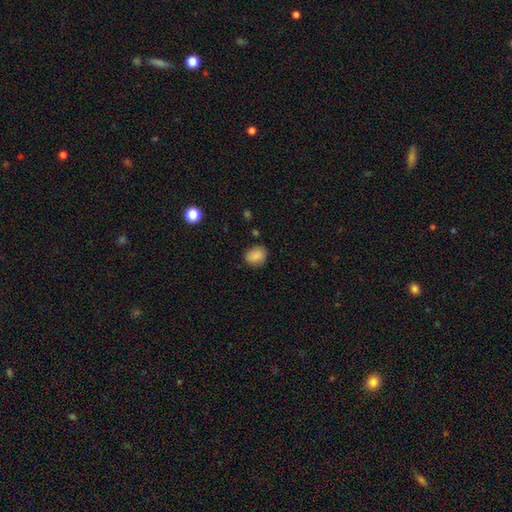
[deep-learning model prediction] The model was most divided on "how rounded": in between: 52%, round: 47%, cigar-shaped: 1%. More confident: smooth or featured — smooth (87%); merging — none (81%).